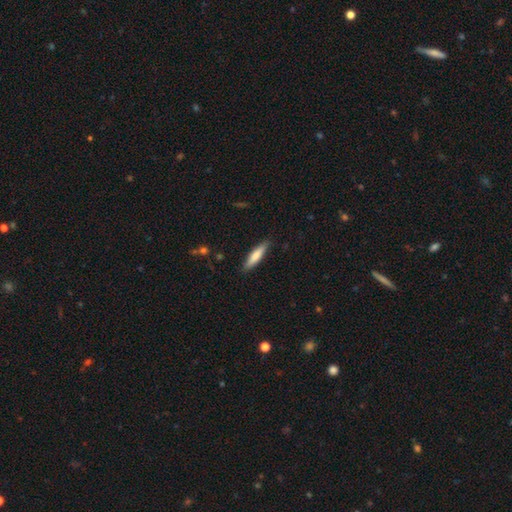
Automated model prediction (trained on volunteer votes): Smooth or featured? Predicted: smooth (p=0.74). How rounded? Predicted: cigar-shaped (p=0.79). Merging? Predicted: none (p=0.87).